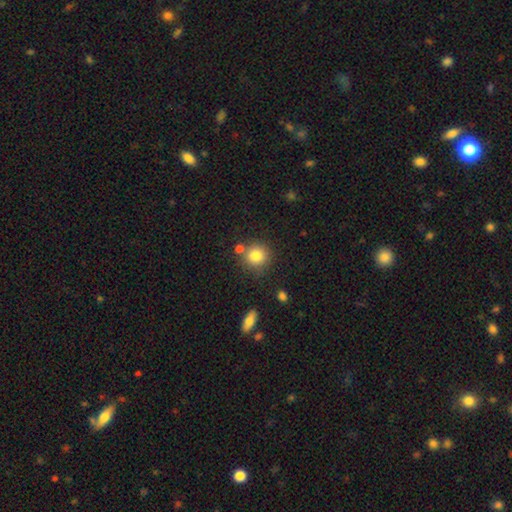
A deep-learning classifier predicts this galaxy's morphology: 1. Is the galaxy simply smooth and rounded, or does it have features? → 82% smooth, 10% star or artifact, 8% featured or disk.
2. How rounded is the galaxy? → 89% round, 10% in between, 1% cigar-shaped.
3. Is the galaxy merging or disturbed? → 74% none, 13% merger, 10% minor disturbance, 3% major disturbance.